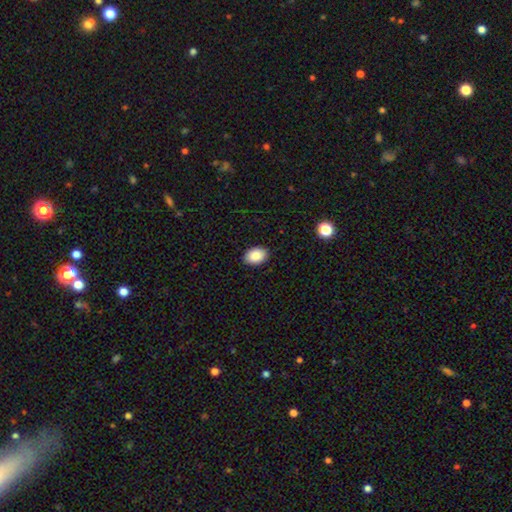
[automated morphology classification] Q: Smooth or featured?
A: smooth (88%); runner-up: star or artifact (7%)
Q: How rounded?
A: in between (85%); runner-up: round (14%)
Q: Merging?
A: none (89%); runner-up: minor disturbance (8%)